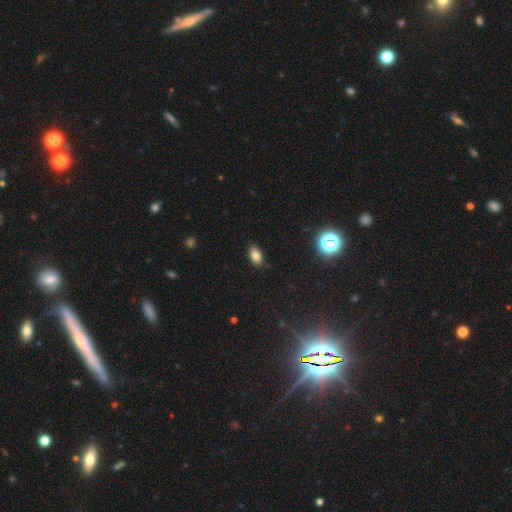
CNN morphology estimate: smooth_or_featured: smooth (p=0.81) [alt: star or artifact p=0.12]
how_rounded: in between (p=0.90) [alt: round p=0.08]
merging: none (p=0.86) [alt: minor disturbance p=0.10]